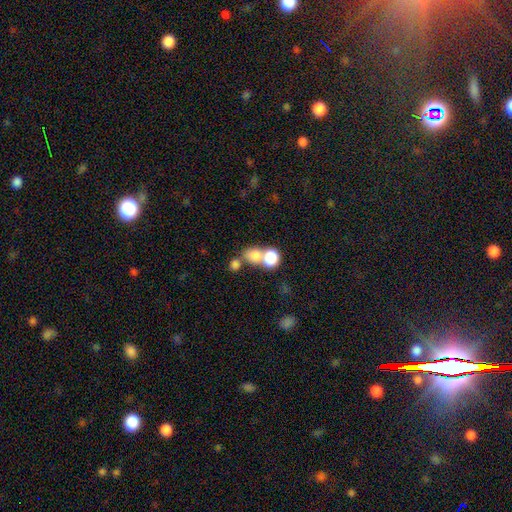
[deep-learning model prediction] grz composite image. It shows a smooth galaxy with no disk features (77%) that is round (57%). Merging: merger (57%).